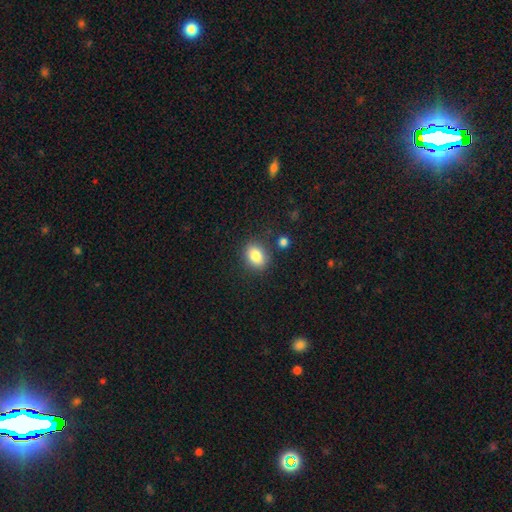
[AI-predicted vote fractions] Morphology: type=smooth (84%); roundness=in between (64%); merging=none (82%).